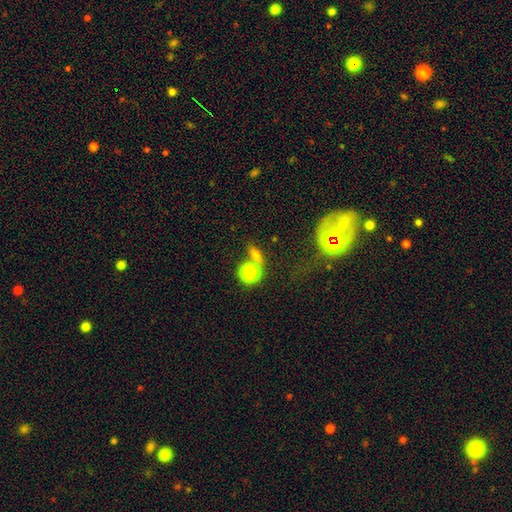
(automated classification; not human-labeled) Smooth or featured?
  - smooth: 67% *
  - star or artifact: 21%
  - featured or disk: 12%
How rounded?
  - in between: 50% *
  - round: 39%
  - cigar-shaped: 11%
Merging?
  - none: 56% *
  - merger: 24%
  - minor disturbance: 12%
  - major disturbance: 7%